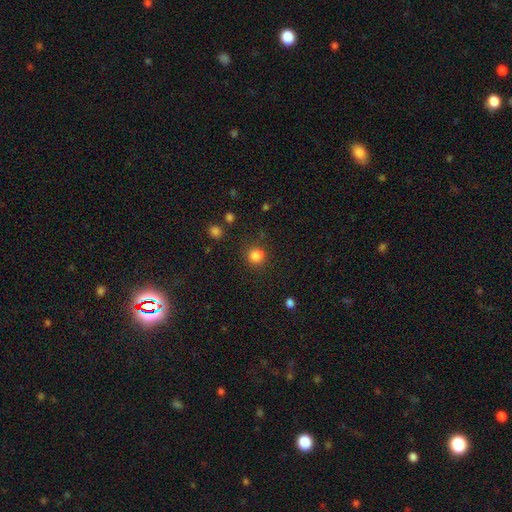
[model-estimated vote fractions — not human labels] The model was most divided on "smooth or featured": smooth: 84%, star or artifact: 12%, featured or disk: 4%. More confident: how rounded — round (89%); merging — none (85%).